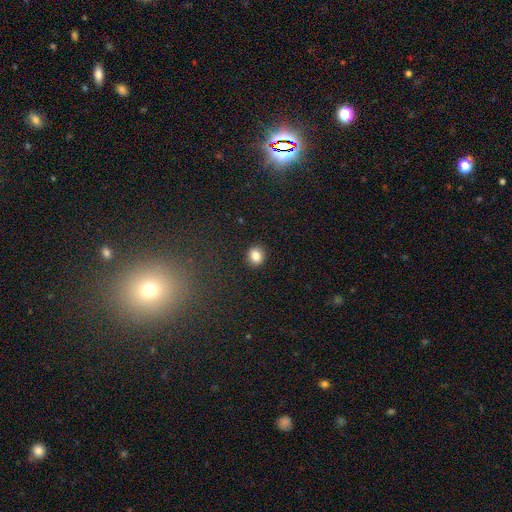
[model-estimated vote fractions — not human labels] This is clearly a smooth galaxy (84%). How rounded: likely round (77%). Merging: clearly none (91%).